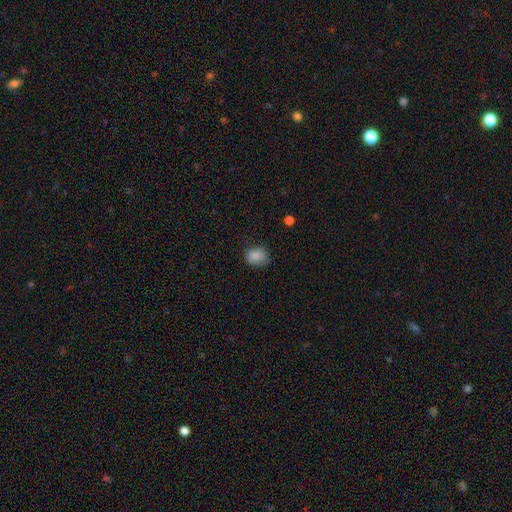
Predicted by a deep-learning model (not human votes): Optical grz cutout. It shows a smooth galaxy with no disk features (85%) that is round (50%). Merging: none (69%).